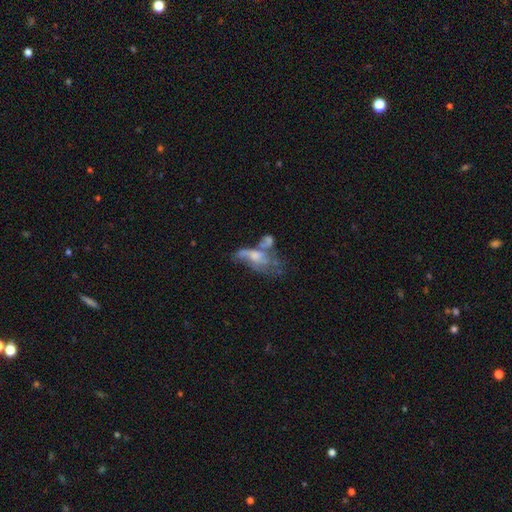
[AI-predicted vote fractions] smooth_or_featured: featured or disk (p=0.55) [alt: smooth p=0.34]
disk_edge_on: no (p=0.93) [alt: yes p=0.07]
bar: no (p=0.78) [alt: weak p=0.18]
has_spiral_arms: no (p=0.65) [alt: yes p=0.35]
bulge_size: moderate (p=0.36) [alt: small p=0.28]
merging: merger (p=0.38) [alt: major disturbance p=0.32]